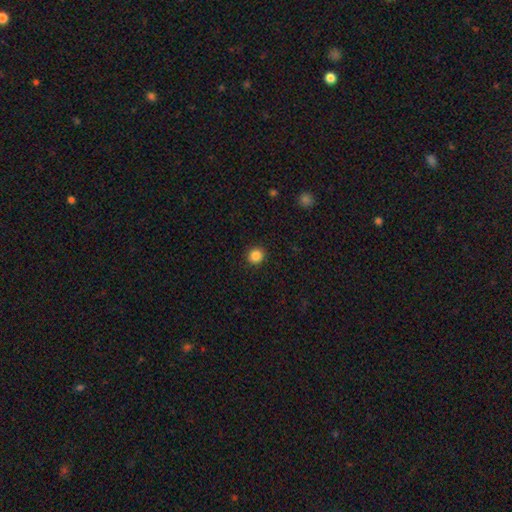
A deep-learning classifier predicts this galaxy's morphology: Smooth or featured? smooth (86%)
How rounded? round (87%)
Merging? none (92%)